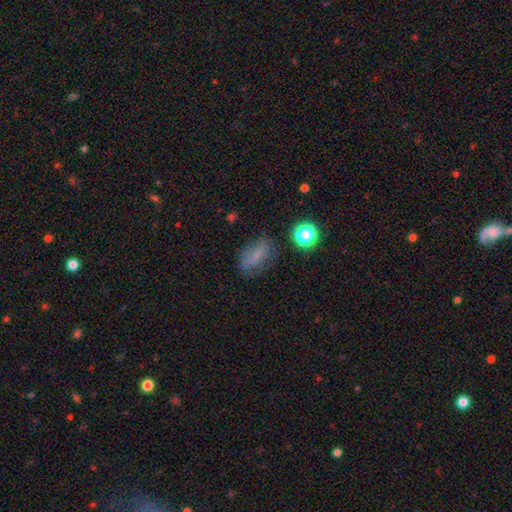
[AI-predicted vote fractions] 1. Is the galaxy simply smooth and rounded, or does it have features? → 65% smooth, 19% featured or disk, 16% star or artifact.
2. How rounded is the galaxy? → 80% in between, 14% round, 6% cigar-shaped.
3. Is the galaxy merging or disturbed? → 65% none, 23% minor disturbance, 10% major disturbance, 3% merger.